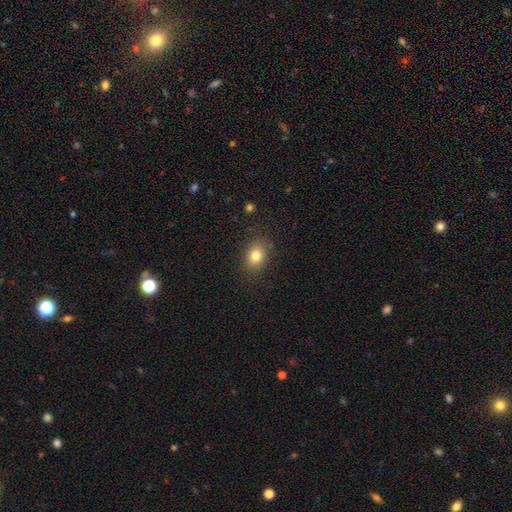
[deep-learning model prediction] A smooth galaxy with no disk features (81%) that is in between round and cigar-shaped (64%).

Vote fractions:
- Smooth or featured? smooth: 81% / star or artifact: 11% / featured or disk: 9%
- How rounded? in between: 64% / round: 35% / cigar-shaped: 1%
- Merging? none: 85% / minor disturbance: 10% / major disturbance: 3% / merger: 1%